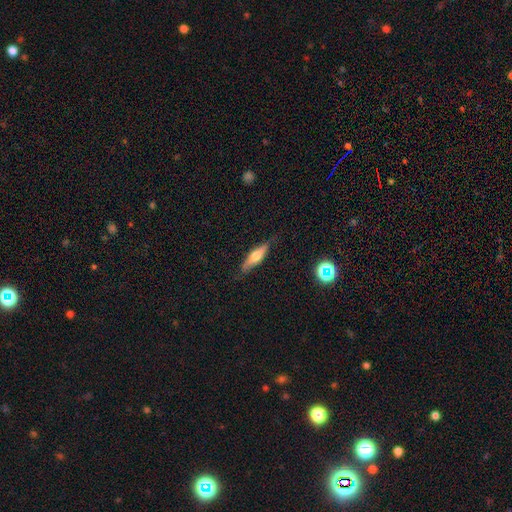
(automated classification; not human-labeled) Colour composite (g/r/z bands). It shows a featured or disk galaxy (48%). Merging: none (81%).